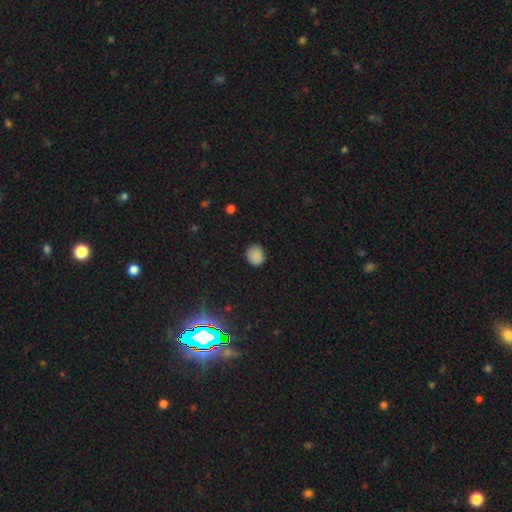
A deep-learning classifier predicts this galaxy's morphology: The model was most divided on "how rounded": round: 72%, in between: 27%, cigar-shaped: 1%. More confident: merging — none (87%); smooth or featured — smooth (85%).